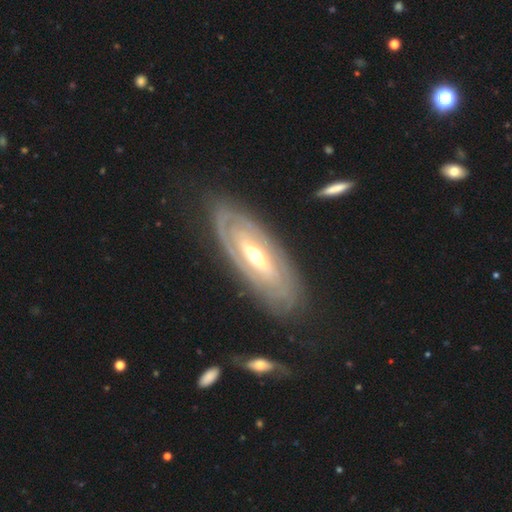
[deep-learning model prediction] This is clearly a featured or disk galaxy (81%). It is clearly not viewed edge-on (84%). Bar: possibly no (53%). Spiral arm pattern: likely yes (66%). Central bulge: likely moderate (67%). Merging: likely none (80%).